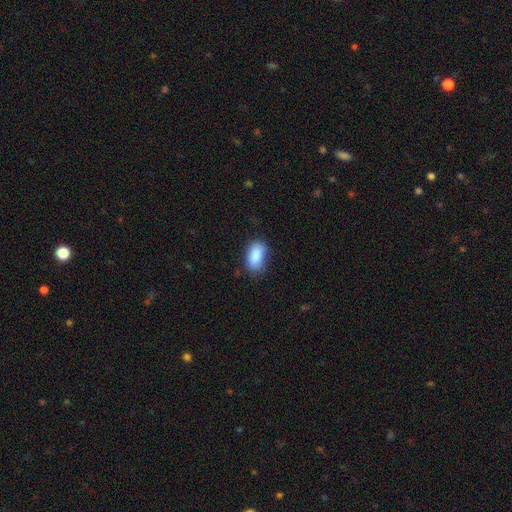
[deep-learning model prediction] Overall: smooth (88%). How rounded: in between (92%). Merging: none (77%).